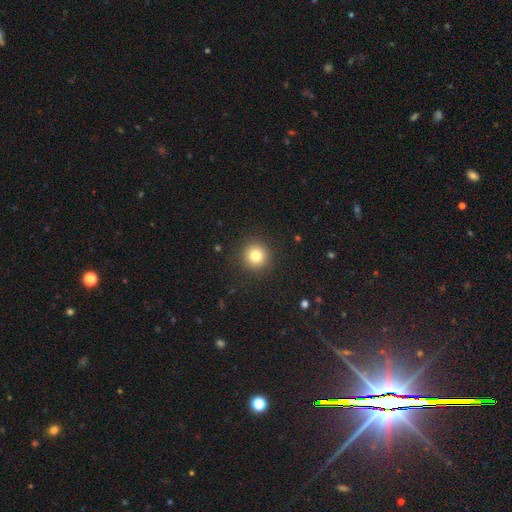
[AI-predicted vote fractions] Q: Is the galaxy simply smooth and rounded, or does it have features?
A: smooth — 81%.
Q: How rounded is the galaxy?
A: round — 94%.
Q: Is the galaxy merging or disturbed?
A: none — 91%.